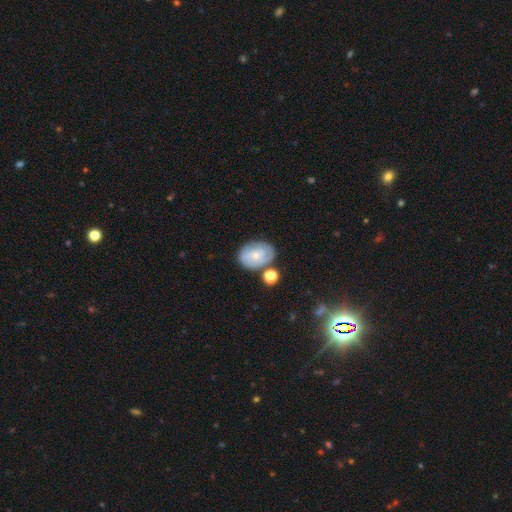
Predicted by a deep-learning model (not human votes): Smooth or featured?
  - featured or disk: 51% *
  - smooth: 42%
  - star or artifact: 7%
Edge-on disk?
  - no: 96% *
  - yes: 4%
Merging?
  - none: 62% *
  - minor disturbance: 20%
  - merger: 12%
  - major disturbance: 6%